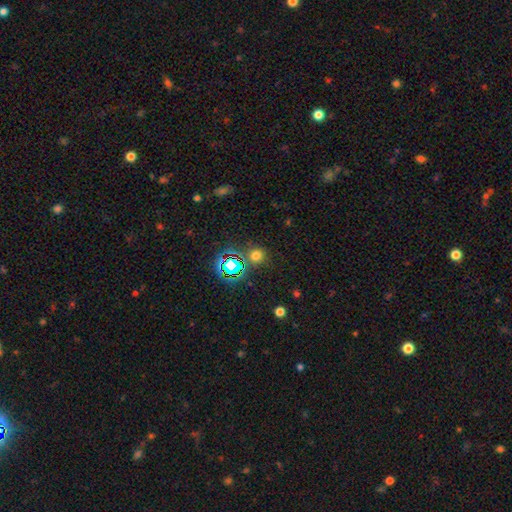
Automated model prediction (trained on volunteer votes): Smooth or featured? smooth (60%)
How rounded? round (85%)
Merging? none (80%)